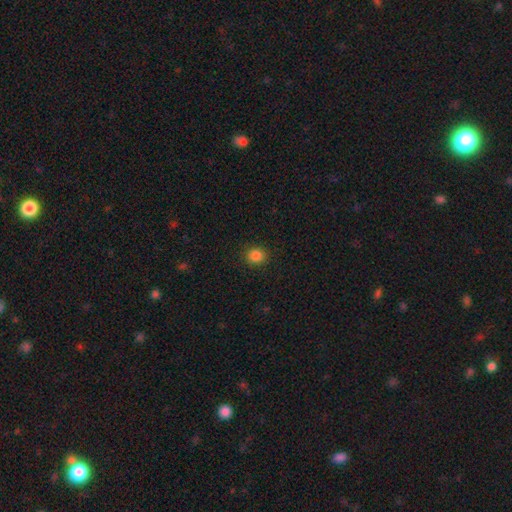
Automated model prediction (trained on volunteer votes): Smooth or featured? Predicted: smooth (p=0.85). How rounded? Predicted: round (p=0.85). Merging? Predicted: none (p=0.91).